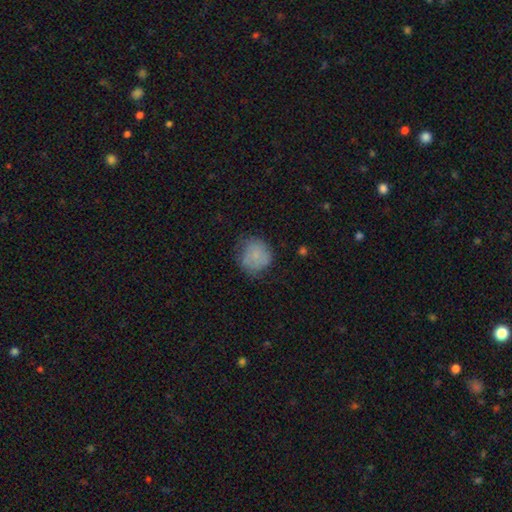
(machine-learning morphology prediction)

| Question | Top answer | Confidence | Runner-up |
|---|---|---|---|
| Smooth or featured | smooth | 74% | featured or disk (17%) |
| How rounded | round | 84% | in between (15%) |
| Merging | none | 57% | minor disturbance (30%) |